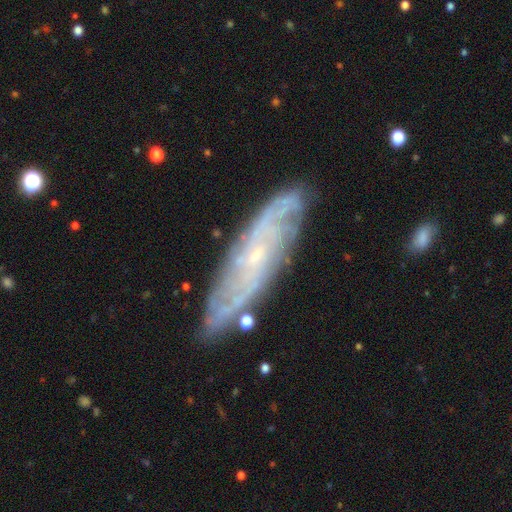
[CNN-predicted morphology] The model was most divided on "spiral winding": tight: 61%, medium: 29%, loose: 10%. Remaining: spiral arms — yes (92%); bulge size — small (84%); merging — none (83%); smooth or featured — featured or disk (80%); edge-on disk — no (75%); bar — no (73%); spiral arm count — can't tell (49%).